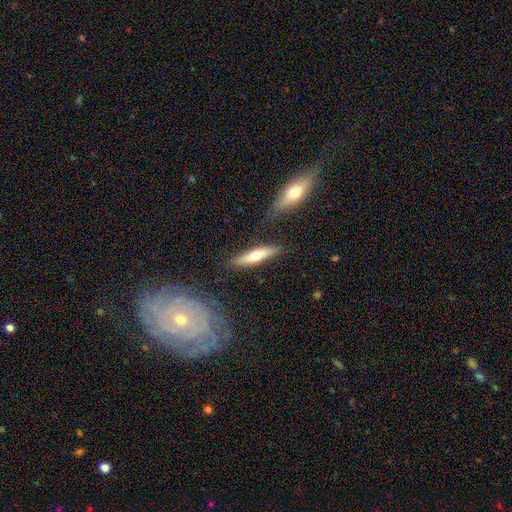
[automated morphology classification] The model was most divided on "smooth or featured": smooth: 53%, featured or disk: 41%, star or artifact: 6%. More confident: merging — none (81%); how rounded — cigar-shaped (78%).